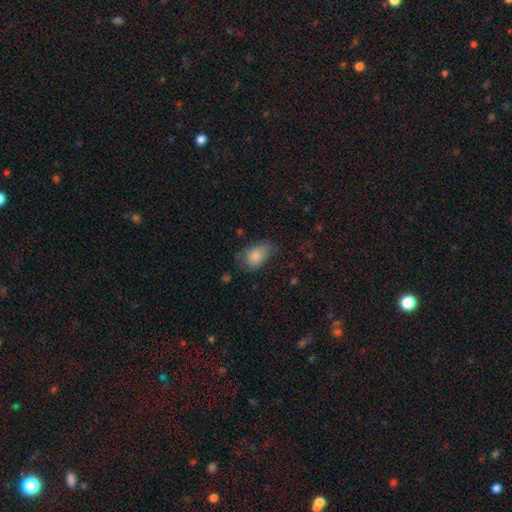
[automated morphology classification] smooth_or_featured: smooth (p=0.77) [alt: featured or disk p=0.15]
how_rounded: in between (p=0.86) [alt: round p=0.13]
merging: none (p=0.50) [alt: minor disturbance p=0.34]